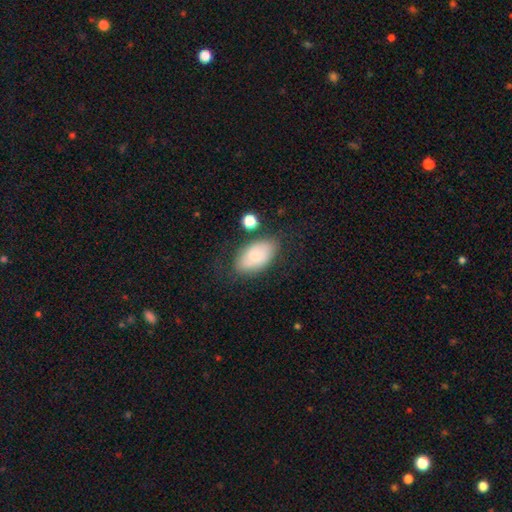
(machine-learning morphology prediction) Smooth or featured?
  - smooth: 71% *
  - featured or disk: 22%
  - star or artifact: 7%
How rounded?
  - in between: 93% *
  - round: 5%
  - cigar-shaped: 2%
Merging?
  - none: 69% *
  - minor disturbance: 19%
  - major disturbance: 6%
  - merger: 6%